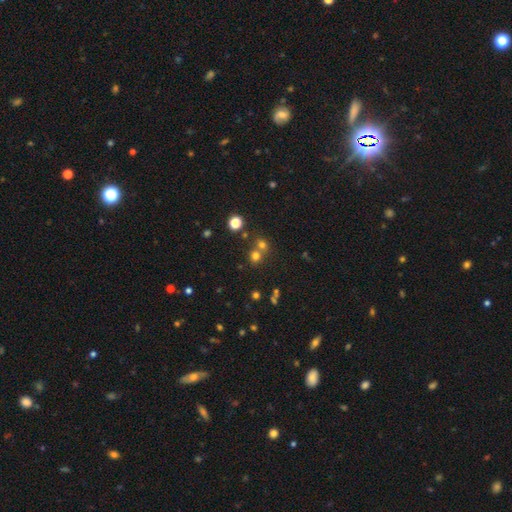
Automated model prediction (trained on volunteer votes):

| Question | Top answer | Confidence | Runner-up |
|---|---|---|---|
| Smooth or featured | smooth | 67% | star or artifact (24%) |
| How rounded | round | 87% | in between (12%) |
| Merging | none | 56% | merger (36%) |